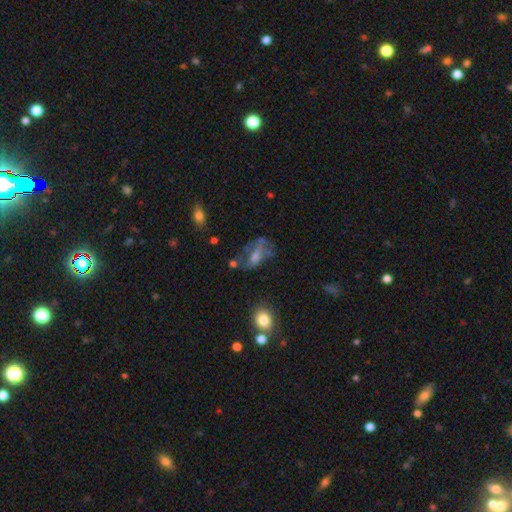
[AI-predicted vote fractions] The model was most divided on "smooth or featured": smooth: 44%, featured or disk: 43%, star or artifact: 14%. Remaining: merging — none (40%).